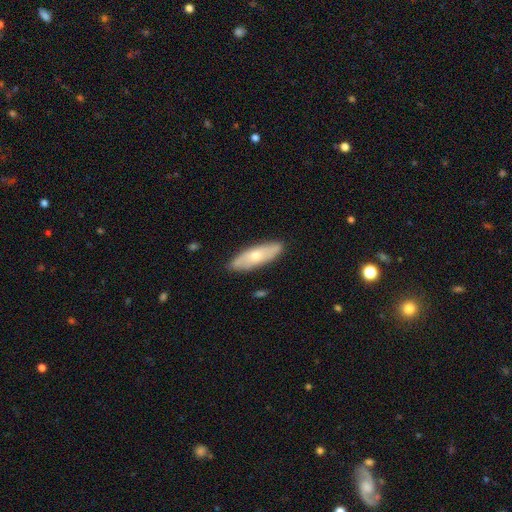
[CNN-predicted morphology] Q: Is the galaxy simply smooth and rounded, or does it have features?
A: smooth — 55%.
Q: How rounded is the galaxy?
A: in between — 52%.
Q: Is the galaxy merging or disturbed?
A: none — 85%.